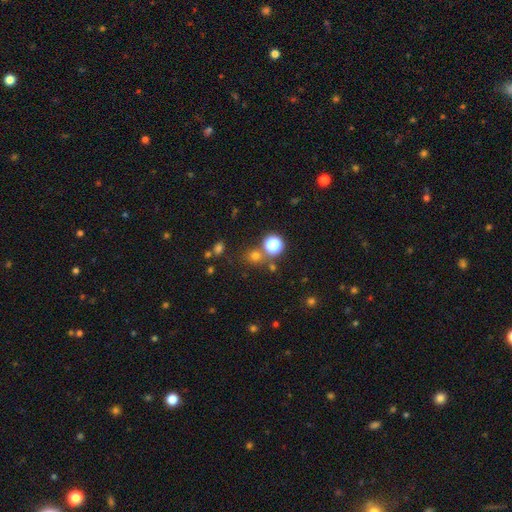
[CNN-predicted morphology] This is likely a smooth galaxy (67%). How rounded: clearly round (86%). Merging: likely none (73%).